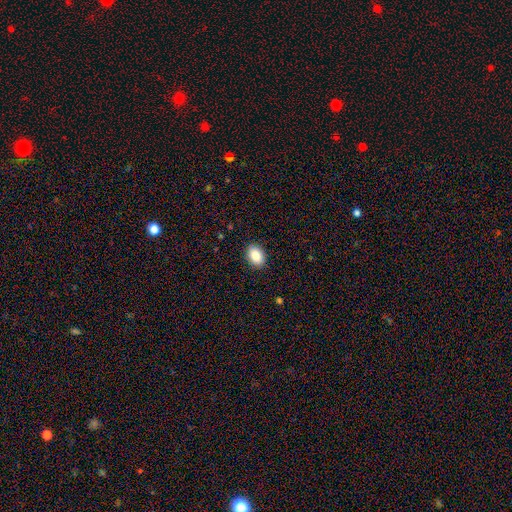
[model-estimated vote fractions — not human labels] The model was most divided on "how rounded": in between: 83%, round: 16%, cigar-shaped: 1%. More confident: merging — none (90%); smooth or featured — smooth (88%).